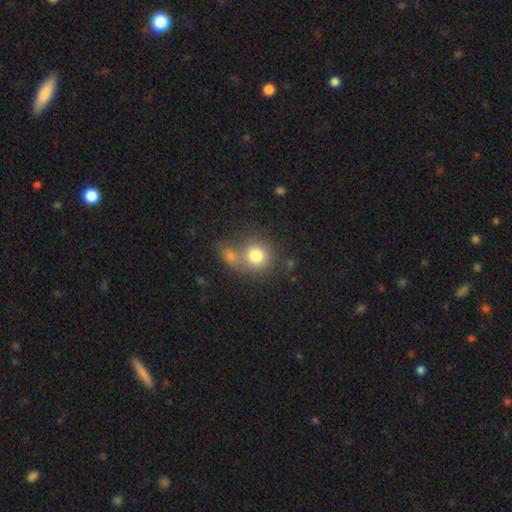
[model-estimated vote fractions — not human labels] This appears to be a smooth galaxy with no disk features (79%) that is round (85%). Merging: none (44%).